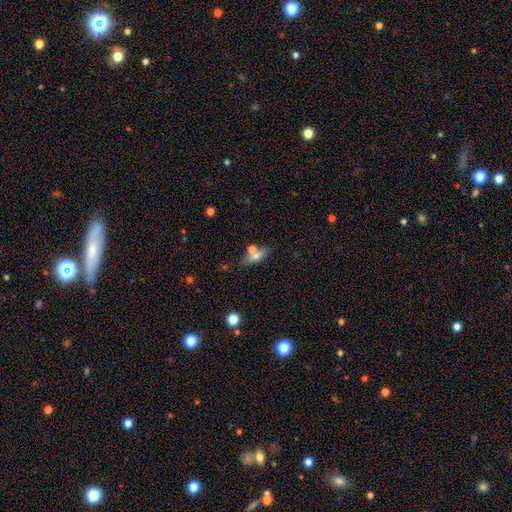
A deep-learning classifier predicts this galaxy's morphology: Smooth or featured? smooth (67%)
How rounded? in between (63%)
Merging? none (62%)